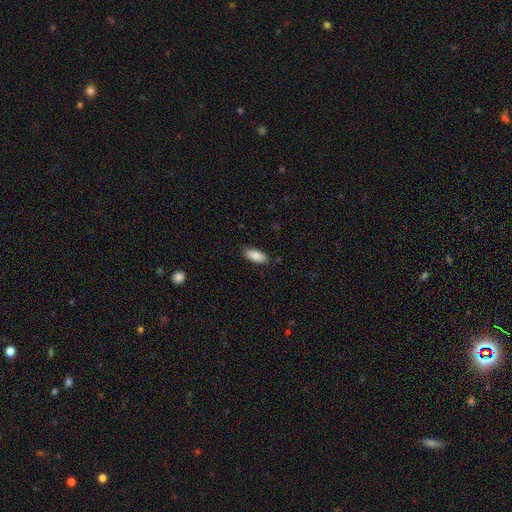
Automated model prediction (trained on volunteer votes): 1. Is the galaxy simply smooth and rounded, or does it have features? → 85% smooth, 8% featured or disk, 7% star or artifact.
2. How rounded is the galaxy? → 88% in between, 11% cigar-shaped, 2% round.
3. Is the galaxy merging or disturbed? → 86% none, 11% minor disturbance, 2% major disturbance, 1% merger.